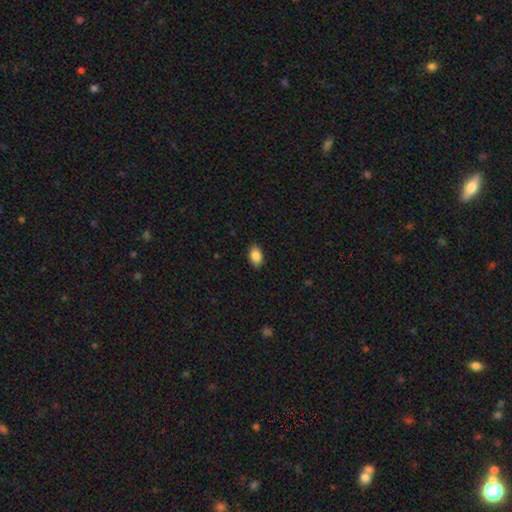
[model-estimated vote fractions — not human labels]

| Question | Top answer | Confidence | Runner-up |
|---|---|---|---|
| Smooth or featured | smooth | 88% | star or artifact (7%) |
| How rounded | in between | 91% | round (8%) |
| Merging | none | 88% | minor disturbance (9%) |